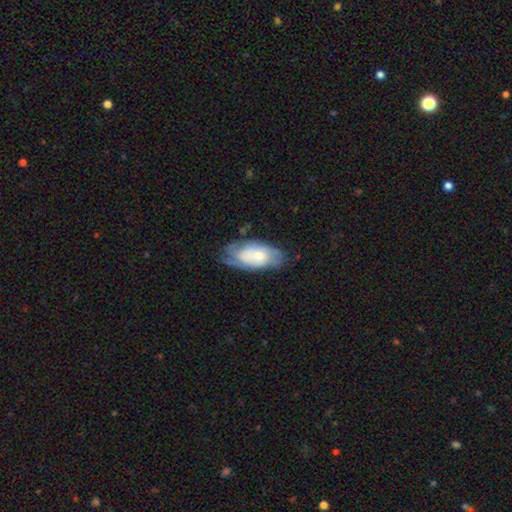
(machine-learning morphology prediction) Smooth or featured: featured or disk — 59% (smooth — 34%)
Edge-on disk: no — 92% (yes — 8%)
Bar: no — 77% (weak — 20%)
Spiral arms: yes — 80% (no — 20%)
Bulge size: moderate — 47% (small — 40%)
Merging: none — 60% (minor disturbance — 27%)